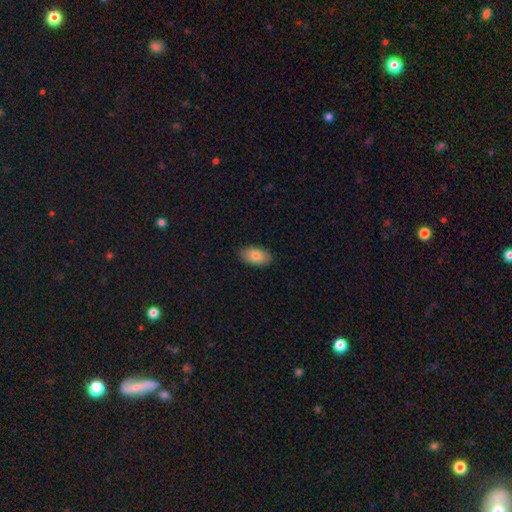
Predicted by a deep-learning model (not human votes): This appears to be a smooth galaxy with no disk features (81%) that is in between round and cigar-shaped (94%). Merging: none (87%).